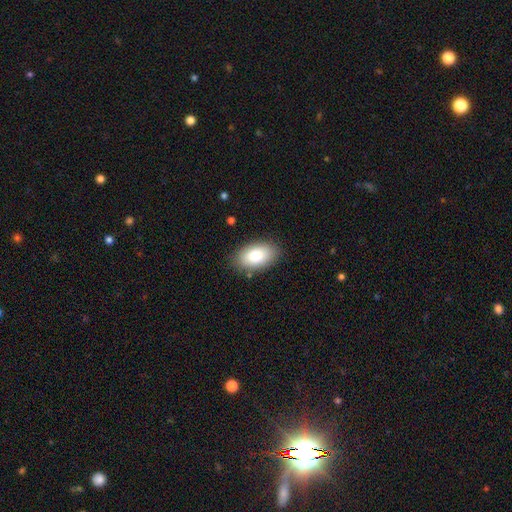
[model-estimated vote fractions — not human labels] smooth-or-featured: smooth: 81% | featured or disk: 12% | star or artifact: 7%
  how-rounded: in between: 93% | round: 5% | cigar-shaped: 2%
  merging: none: 86% | minor disturbance: 10% | major disturbance: 3% | merger: 1%